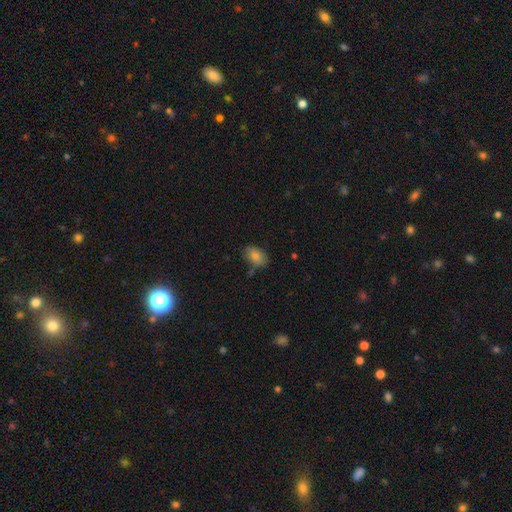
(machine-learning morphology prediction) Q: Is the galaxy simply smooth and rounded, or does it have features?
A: smooth — 81%.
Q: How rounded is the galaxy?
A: in between — 86%.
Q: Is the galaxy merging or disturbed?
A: none — 72%.